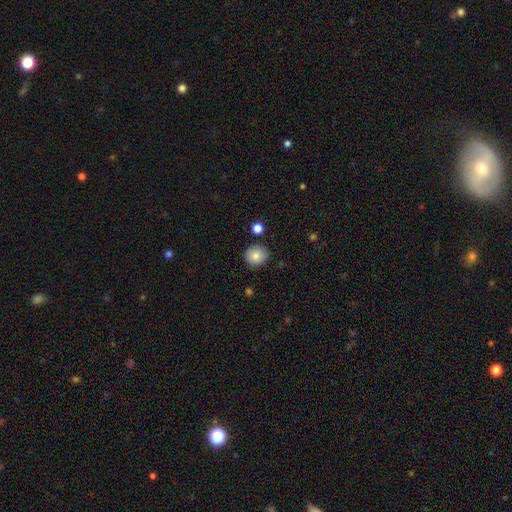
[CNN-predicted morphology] Smooth or featured? Predicted: smooth (p=0.83). How rounded? Predicted: round (p=0.87). Merging? Predicted: none (p=0.86).